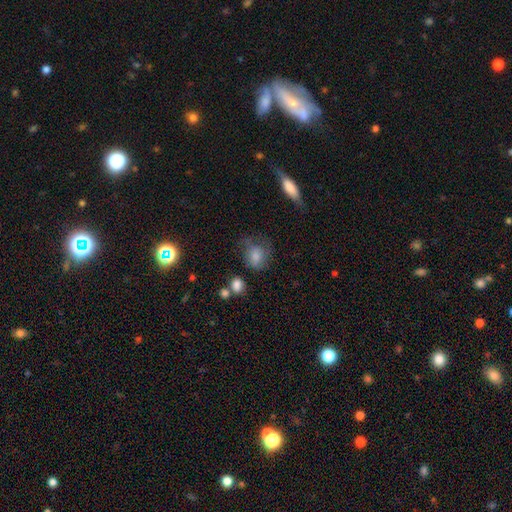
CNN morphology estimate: A smooth galaxy with no disk features (76%) that is round (57%).

Vote fractions:
- Smooth or featured? smooth: 76% / featured or disk: 15% / star or artifact: 10%
- How rounded? round: 57% / in between: 42% / cigar-shaped: 1%
- Merging? none: 43% / minor disturbance: 29% / major disturbance: 23% / merger: 5%